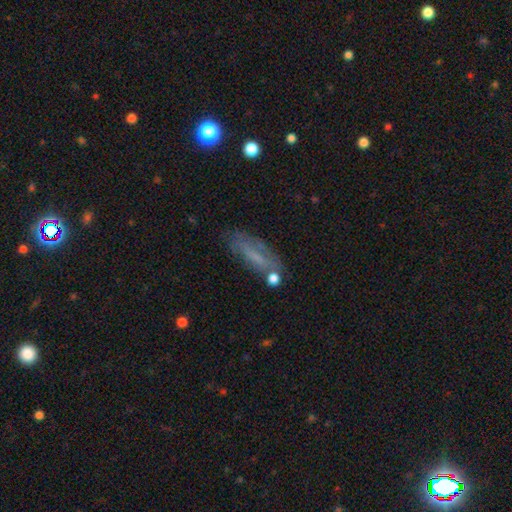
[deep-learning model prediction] smooth-or-featured: smooth: 52% | featured or disk: 37% | star or artifact: 11%
  how-rounded: cigar-shaped: 57% | in between: 40% | round: 3%
  merging: none: 62% | minor disturbance: 22% | major disturbance: 10% | merger: 6%